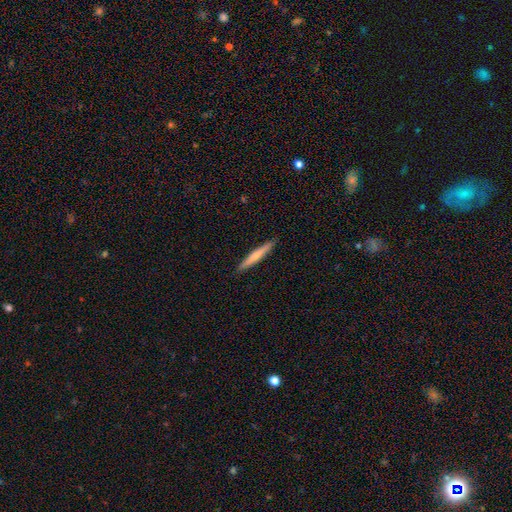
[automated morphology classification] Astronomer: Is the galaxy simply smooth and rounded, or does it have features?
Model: smooth — 63%.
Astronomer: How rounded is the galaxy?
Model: cigar-shaped — 95%.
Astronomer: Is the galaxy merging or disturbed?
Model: none — 91%.